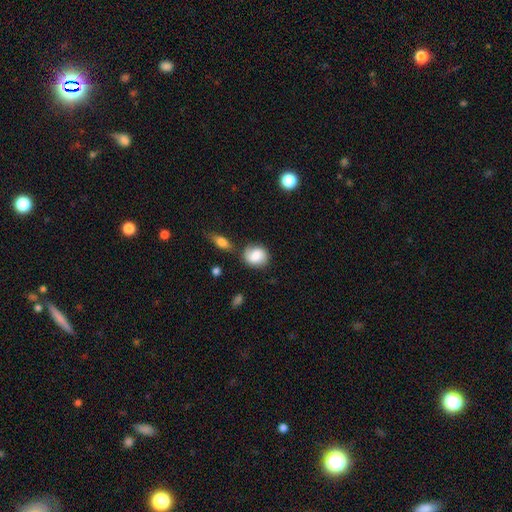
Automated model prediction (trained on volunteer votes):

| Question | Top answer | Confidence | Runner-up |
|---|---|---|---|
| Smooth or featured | smooth | 78% | featured or disk (14%) |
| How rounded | round | 64% | in between (34%) |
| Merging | none | 65% | minor disturbance (21%) |